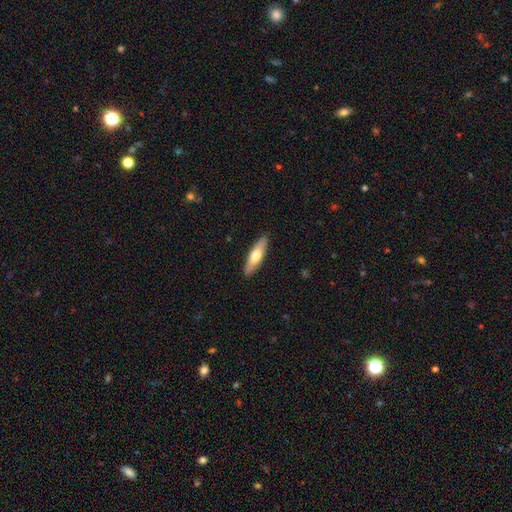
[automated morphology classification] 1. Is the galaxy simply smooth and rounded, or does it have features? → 61% smooth, 34% featured or disk, 5% star or artifact.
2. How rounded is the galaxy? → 63% cigar-shaped, 35% in between, 2% round.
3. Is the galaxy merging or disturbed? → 89% none, 8% minor disturbance, 2% major disturbance, 1% merger.